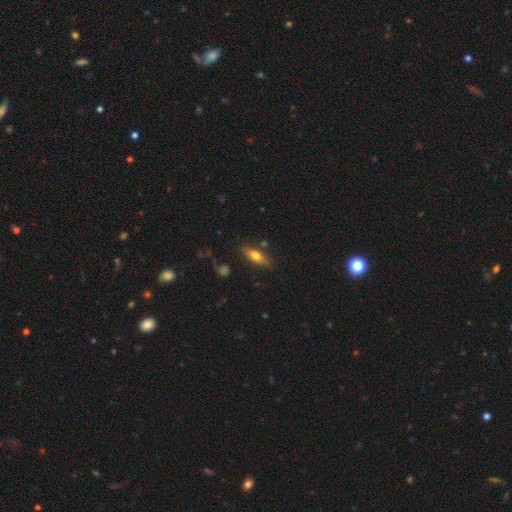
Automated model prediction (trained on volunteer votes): Q: Smooth or featured?
A: smooth (66%); runner-up: featured or disk (27%)
Q: How rounded?
A: in between (65%); runner-up: cigar-shaped (32%)
Q: Merging?
A: none (79%); runner-up: minor disturbance (14%)